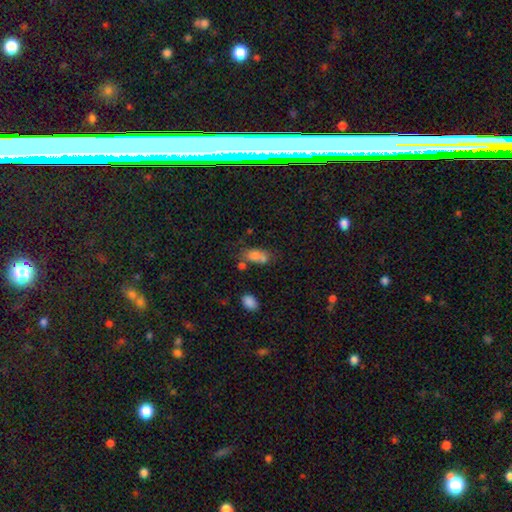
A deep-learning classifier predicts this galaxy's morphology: type=smooth (73%); roundness=in between (79%); merging=none (39%).